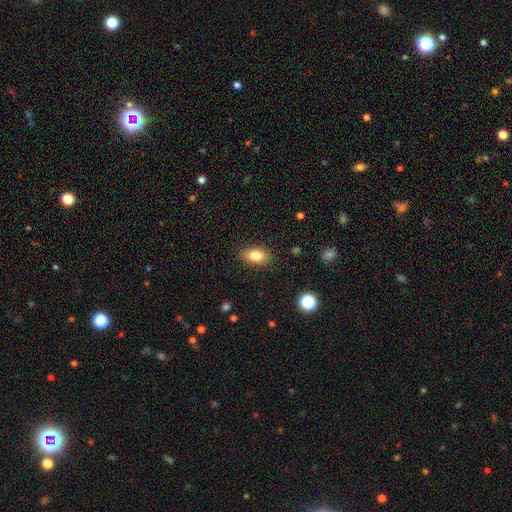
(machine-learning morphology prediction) smooth_or_featured: smooth (p=0.82) [alt: featured or disk p=0.09]
how_rounded: in between (p=0.89) [alt: round p=0.07]
merging: none (p=0.87) [alt: minor disturbance p=0.09]